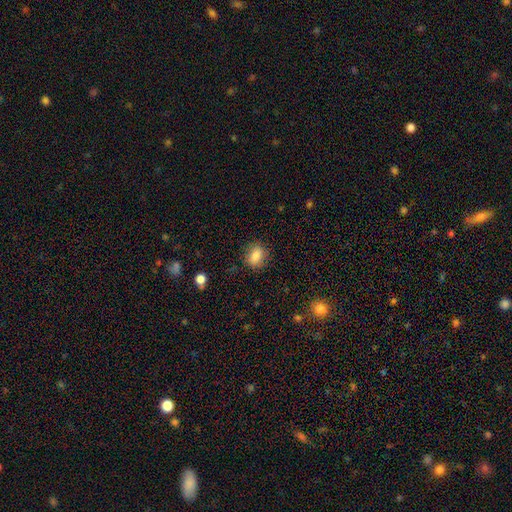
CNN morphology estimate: Overall: smooth (84%). How rounded: in between (56%; round 42%). Merging: none (82%).